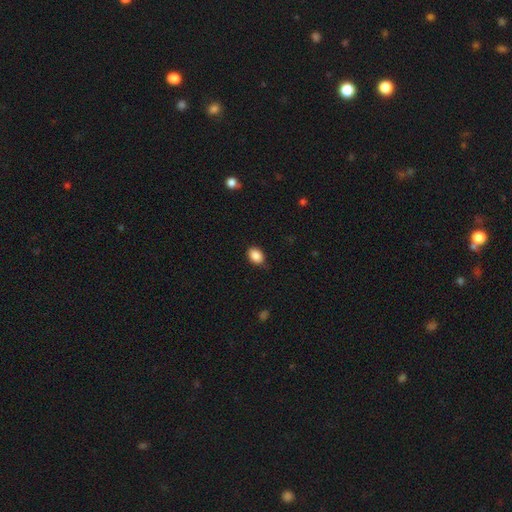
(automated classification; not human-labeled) smooth 88%, star or artifact 8%, featured or disk 4%. Down the decision tree: how rounded — in between (75%); merging — none (77%).